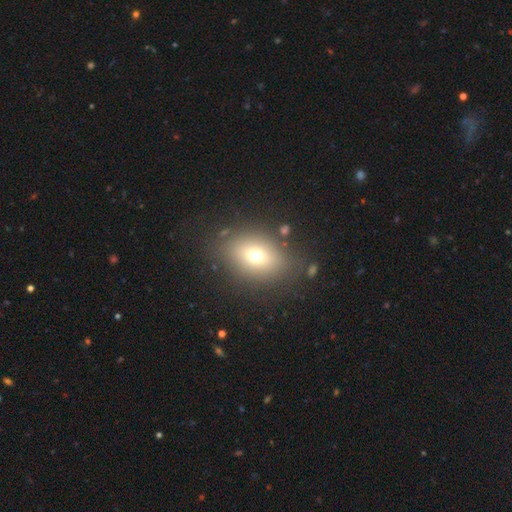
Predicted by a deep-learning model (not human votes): Smooth or featured? smooth (69%)
How rounded? in between (70%)
Merging? none (81%)